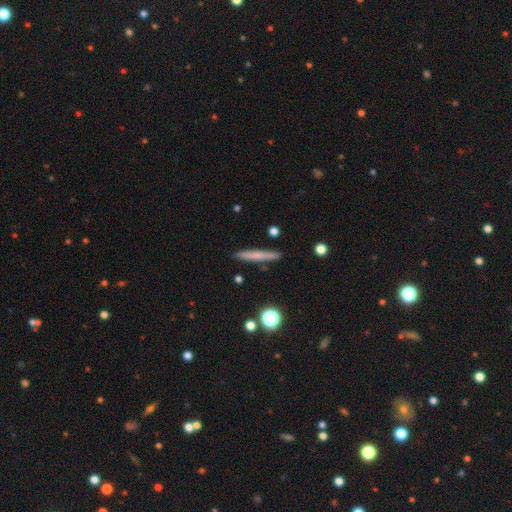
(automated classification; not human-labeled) Morphology: type=smooth (55%); roundness=cigar-shaped (92%); merging=none (88%).